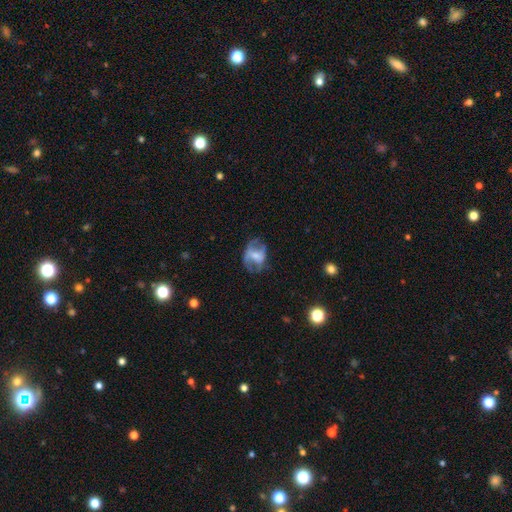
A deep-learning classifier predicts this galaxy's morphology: Smooth or featured?
  - featured or disk: 54% *
  - smooth: 37%
  - star or artifact: 9%
Edge-on disk?
  - no: 95% *
  - yes: 5%
Bar?
  - no: 50% *
  - weak: 34%
  - strong: 16%
Spiral arms?
  - no: 52% *
  - yes: 48%
Bulge size?
  - moderate: 43% *
  - small: 36%
  - none: 12%
  - large: 8%
  - dominant: 1%
Merging?
  - none: 47% *
  - major disturbance: 26%
  - minor disturbance: 25%
  - merger: 2%